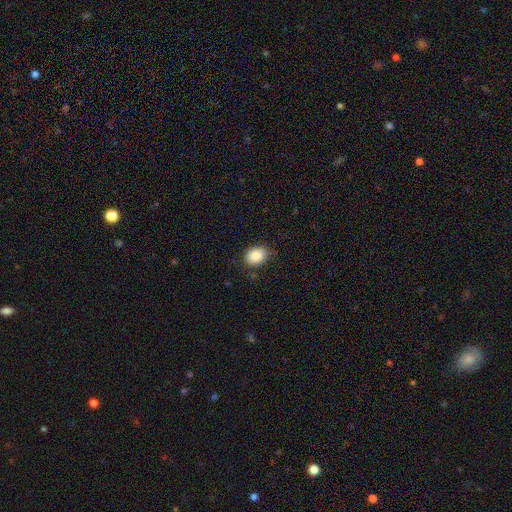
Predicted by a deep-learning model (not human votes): A smooth galaxy with no disk features (85%) that is in between round and cigar-shaped (51%). Merging: none (79%).